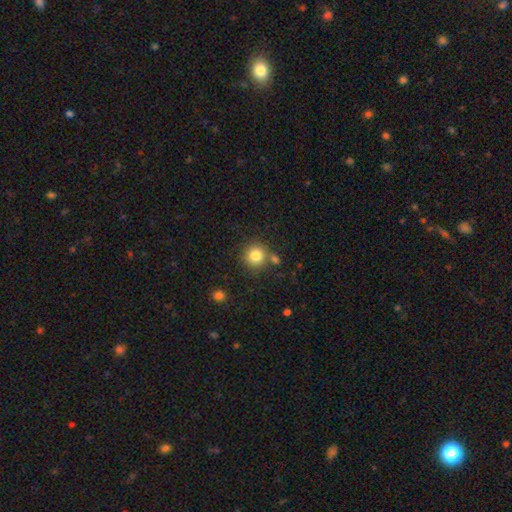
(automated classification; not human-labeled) Smooth or featured? smooth (82%)
How rounded? round (93%)
Merging? none (76%)